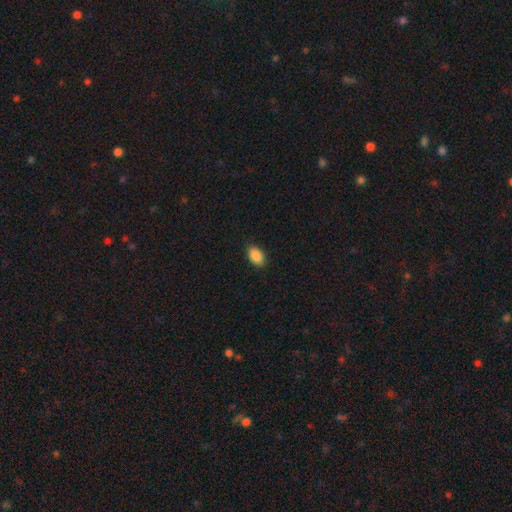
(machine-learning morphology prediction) smooth_or_featured: smooth (p=0.89) [alt: star or artifact p=0.08]
how_rounded: in between (p=0.92) [alt: round p=0.06]
merging: none (p=0.87) [alt: minor disturbance p=0.10]